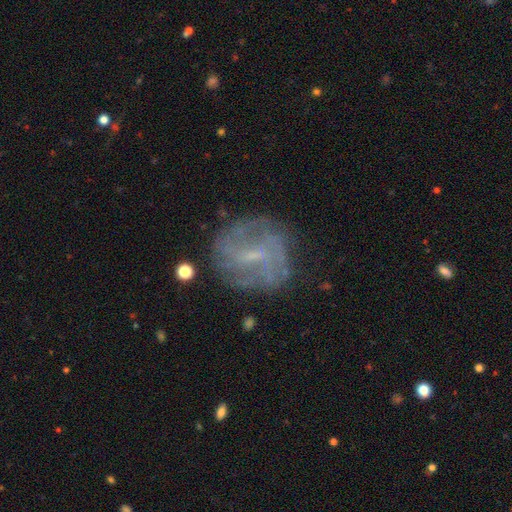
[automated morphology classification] type=featured or disk (70%); edge-on=no (97%); bar=weak (53%); spiral arms=yes (78%); winding=medium (40%); arm count=can't tell (39%); bulge=small (54%); merging=none (75%).